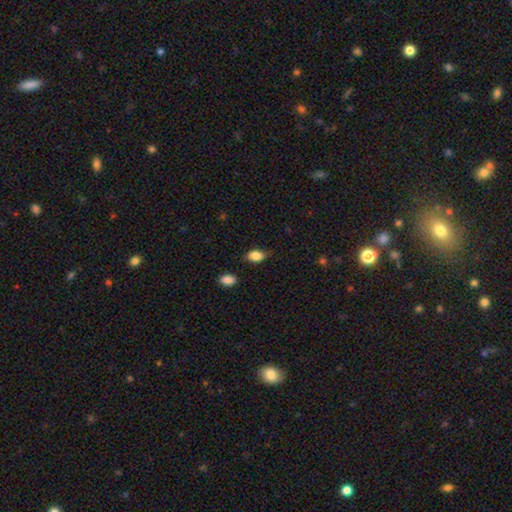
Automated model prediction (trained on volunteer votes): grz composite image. It shows a smooth galaxy with no disk features (85%) that is in between round and cigar-shaped (83%). Merging: none (72%).